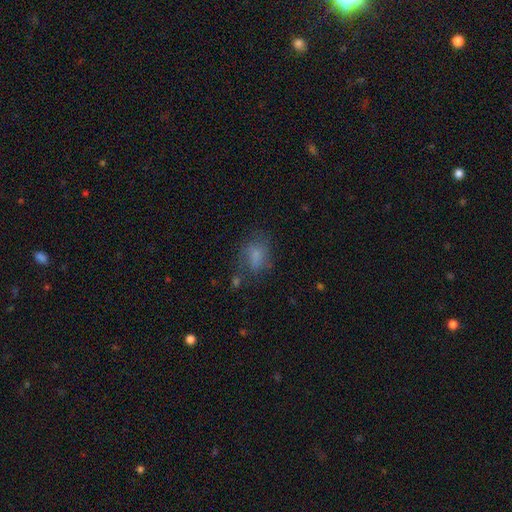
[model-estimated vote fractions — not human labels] Smooth or featured? Predicted: smooth (p=0.70). How rounded? Predicted: in between (p=0.69). Merging? Predicted: none (p=0.55).